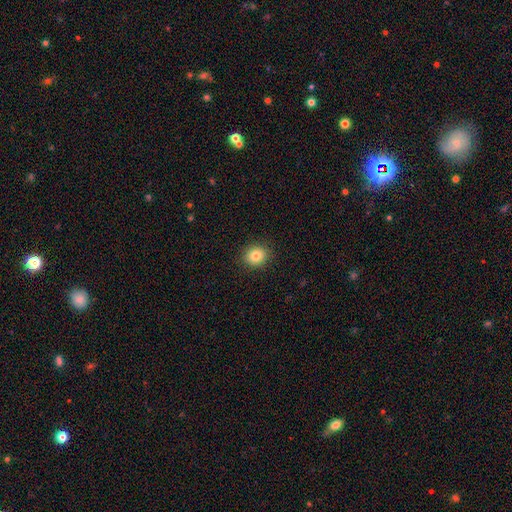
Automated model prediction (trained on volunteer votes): Smooth or featured?
  - smooth: 83% *
  - star or artifact: 10%
  - featured or disk: 7%
How rounded?
  - round: 72% *
  - in between: 27%
  - cigar-shaped: 1%
Merging?
  - none: 90% *
  - minor disturbance: 7%
  - major disturbance: 2%
  - merger: 1%